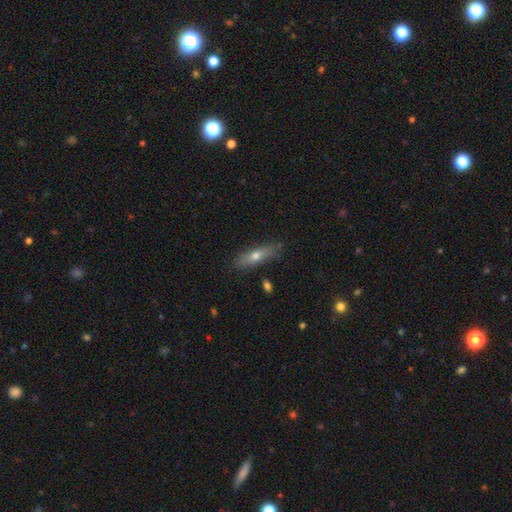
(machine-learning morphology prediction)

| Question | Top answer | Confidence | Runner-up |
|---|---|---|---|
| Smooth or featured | smooth | 56% | featured or disk (36%) |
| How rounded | cigar-shaped | 68% | in between (30%) |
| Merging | none | 83% | minor disturbance (13%) |